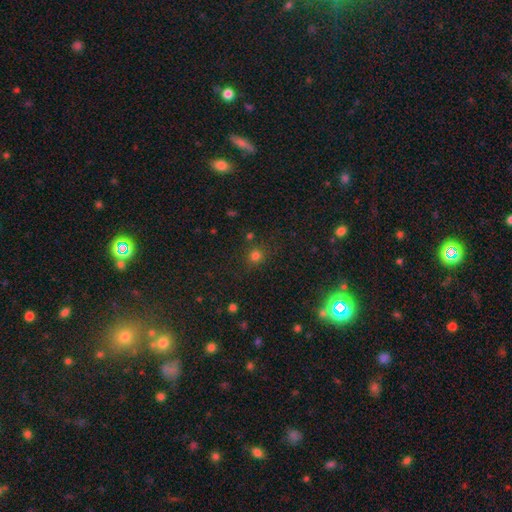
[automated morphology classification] smooth-or-featured: smooth: 74% | star or artifact: 20% | featured or disk: 6%
  how-rounded: round: 89% | in between: 10% | cigar-shaped: 1%
  merging: none: 82% | minor disturbance: 10% | merger: 5% | major disturbance: 4%